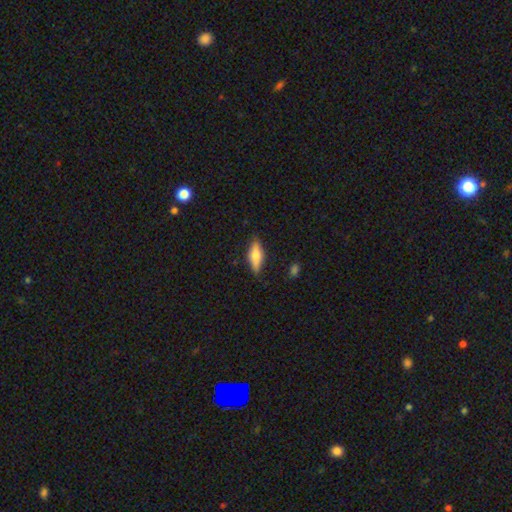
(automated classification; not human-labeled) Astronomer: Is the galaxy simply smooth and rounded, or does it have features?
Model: smooth — 68%.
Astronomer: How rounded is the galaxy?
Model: in between — 59% (runner-up: cigar-shaped, 39%).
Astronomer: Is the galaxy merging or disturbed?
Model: none — 82%.